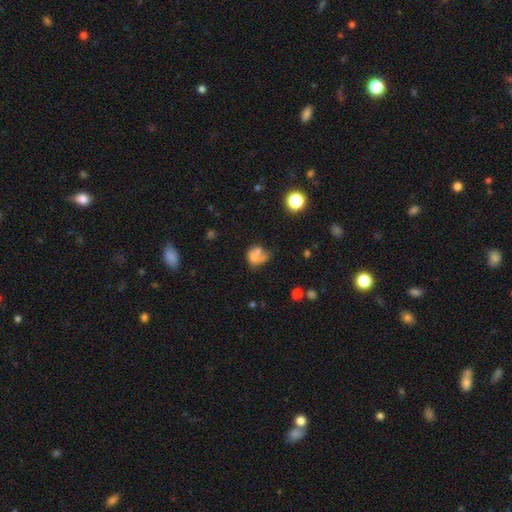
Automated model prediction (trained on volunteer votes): smooth-or-featured: smooth: 62% | featured or disk: 24% | star or artifact: 13%
  how-rounded: in between: 50% | round: 49% | cigar-shaped: 1%
  merging: merger: 44% | none: 25% | minor disturbance: 16% | major disturbance: 15%